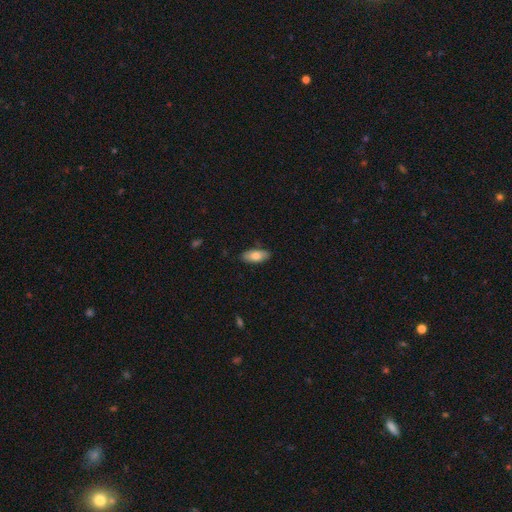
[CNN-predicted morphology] type=smooth (78%); roundness=in between (85%); merging=none (85%).